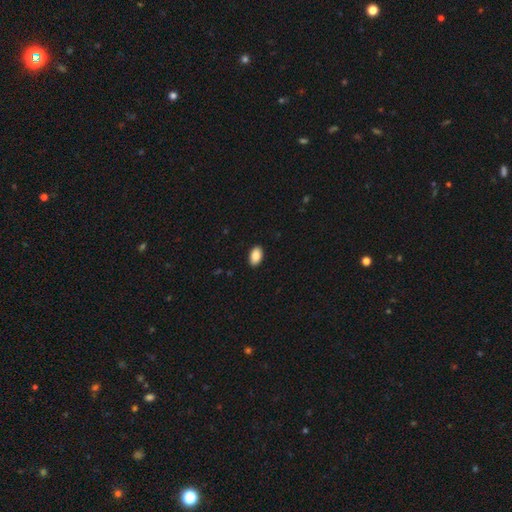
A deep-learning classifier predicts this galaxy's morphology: smooth 90%, star or artifact 7%, featured or disk 3%. Down the decision tree: how rounded — in between (93%); merging — none (90%).